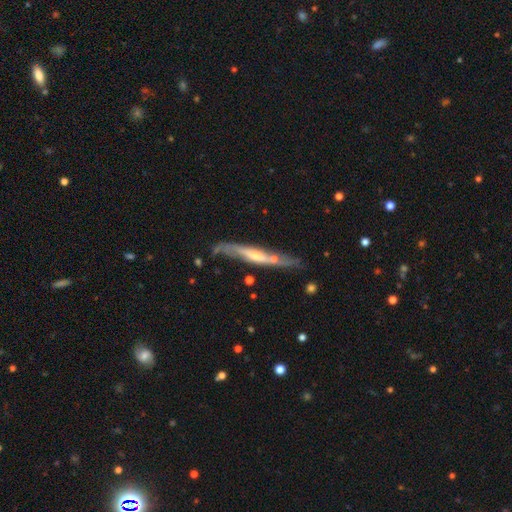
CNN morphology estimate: type=featured or disk (68%); edge-on=yes (77%); edge-on bulge=rounded (57%); merging=none (61%).